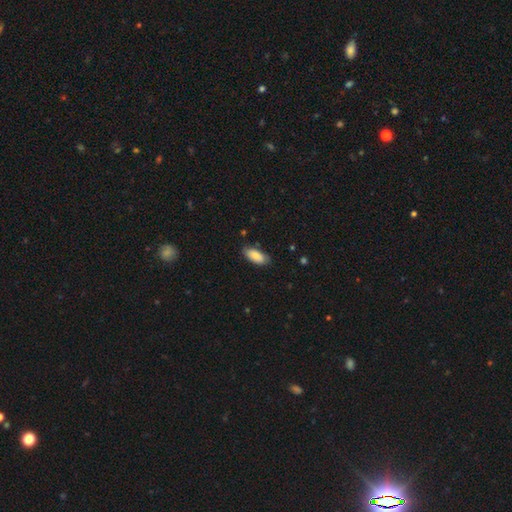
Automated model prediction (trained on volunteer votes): A smooth galaxy with no disk features (85%) that is in between round and cigar-shaped (87%). Merging: none (79%).